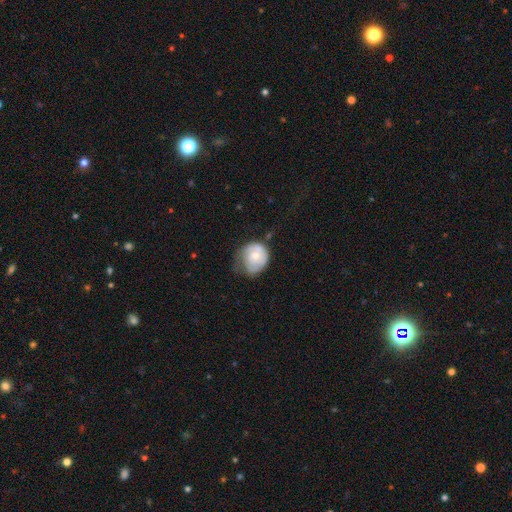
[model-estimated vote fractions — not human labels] Q: Smooth or featured?
A: smooth (55%); runner-up: featured or disk (38%)
Q: How rounded?
A: round (70%); runner-up: in between (29%)
Q: Merging?
A: minor disturbance (41%); runner-up: none (33%)